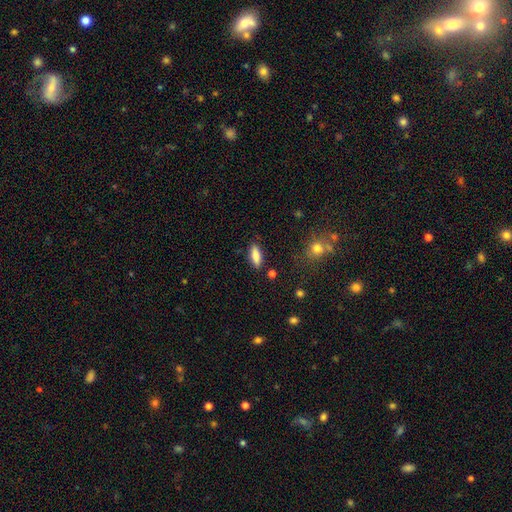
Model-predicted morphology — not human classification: Smooth or featured? smooth (85%)
How rounded? in between (63%)
Merging? none (85%)